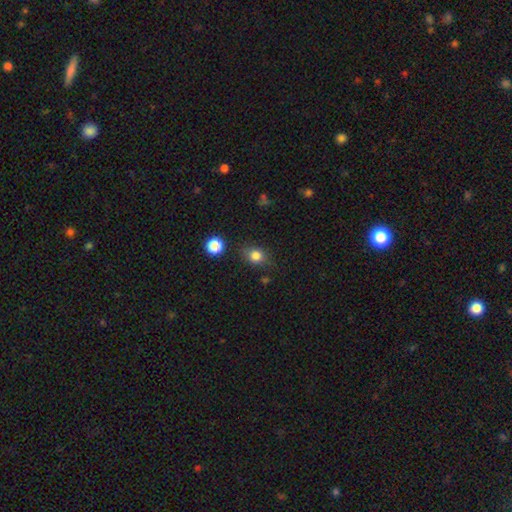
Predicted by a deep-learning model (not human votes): smooth 81%, star or artifact 12%, featured or disk 7%. Down the decision tree: how rounded — round (60%); merging — none (75%).